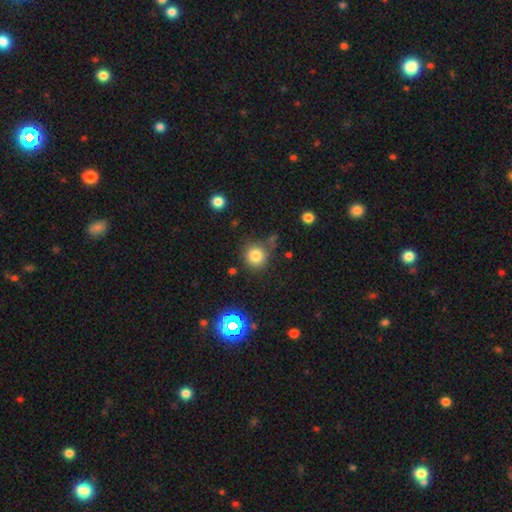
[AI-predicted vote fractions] A smooth galaxy with no disk features (80%) that is round (91%).

Vote fractions:
- Smooth or featured? smooth: 80% / star or artifact: 14% / featured or disk: 7%
- How rounded? round: 91% / in between: 8% / cigar-shaped: 1%
- Merging? none: 79% / minor disturbance: 11% / merger: 6% / major disturbance: 4%